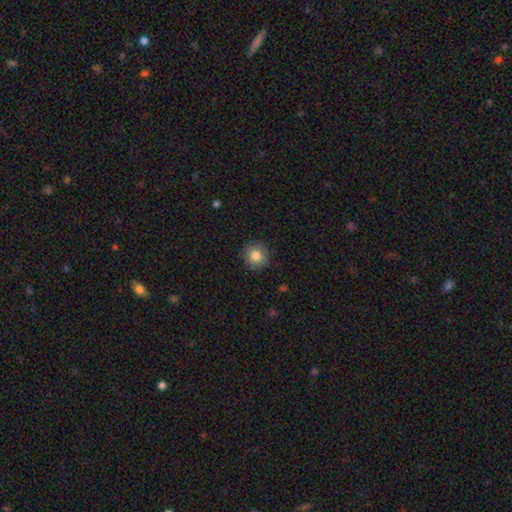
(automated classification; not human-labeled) Smooth or featured: smooth — 83% (star or artifact — 9%)
How rounded: round — 88% (in between — 11%)
Merging: none — 89% (minor disturbance — 8%)